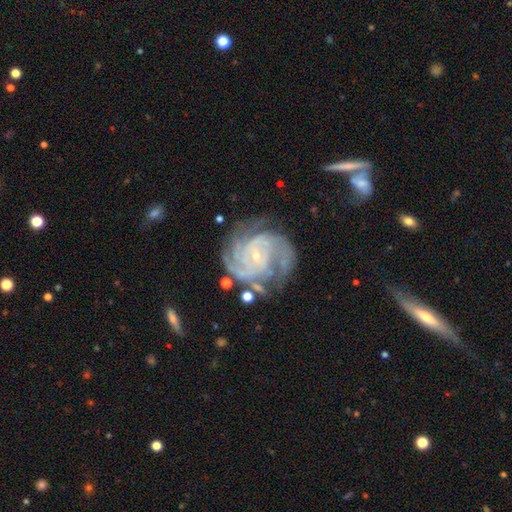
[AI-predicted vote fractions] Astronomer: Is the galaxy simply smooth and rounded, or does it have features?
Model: featured or disk — 91%.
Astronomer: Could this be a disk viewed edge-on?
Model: no — 98%.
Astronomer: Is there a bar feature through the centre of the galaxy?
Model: no — 69%.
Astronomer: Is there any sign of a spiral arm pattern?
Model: yes — 98%.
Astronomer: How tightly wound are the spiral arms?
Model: tight — 68%.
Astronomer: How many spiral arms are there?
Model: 4 — 30% (runner-up: 3, 26%).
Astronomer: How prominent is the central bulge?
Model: small — 85%.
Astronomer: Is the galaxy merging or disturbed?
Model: none — 69%.